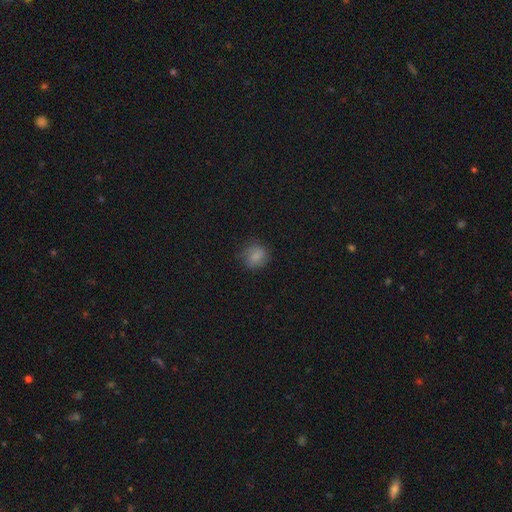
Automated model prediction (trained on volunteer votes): This appears to be a smooth galaxy with no disk features (78%) that is round (77%). Merging: none (70%).